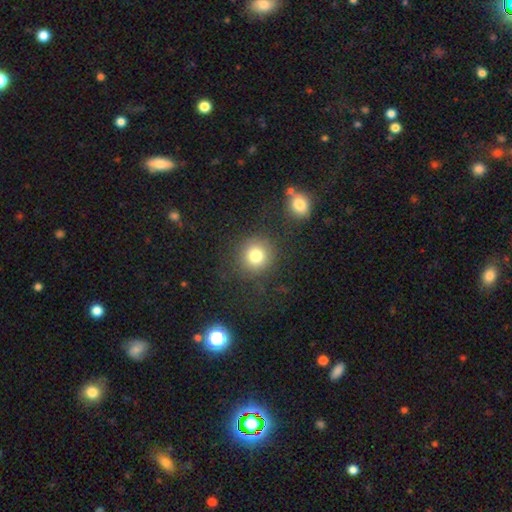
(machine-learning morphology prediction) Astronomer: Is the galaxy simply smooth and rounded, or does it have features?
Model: smooth — 80%.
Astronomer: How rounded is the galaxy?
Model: round — 92%.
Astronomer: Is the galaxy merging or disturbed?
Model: none — 83%.